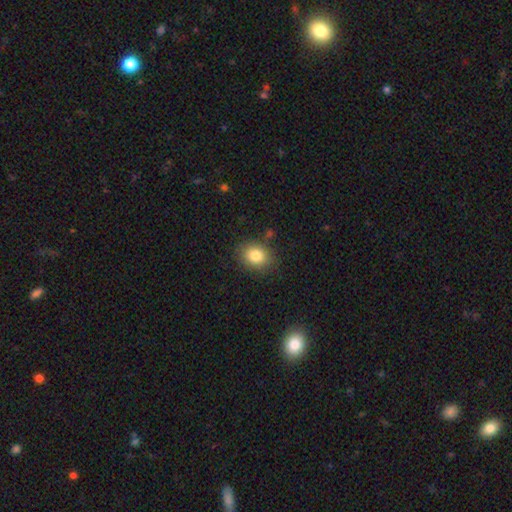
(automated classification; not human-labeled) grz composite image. It shows a smooth galaxy with no disk features (83%) that is in between round and cigar-shaped (53%). Merging: none (84%).